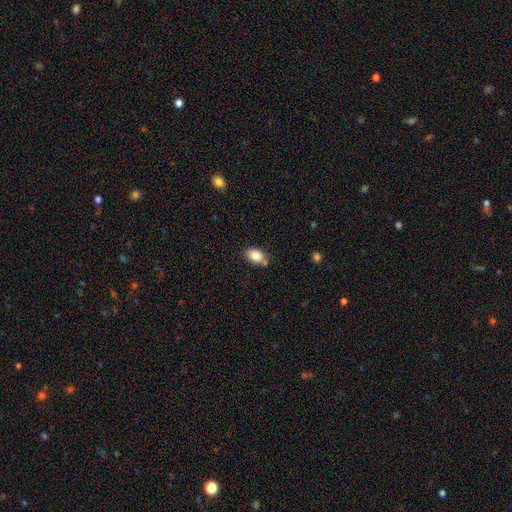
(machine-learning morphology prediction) This is clearly a smooth galaxy (85%). How rounded: clearly in between (81%). Merging: likely none (68%).